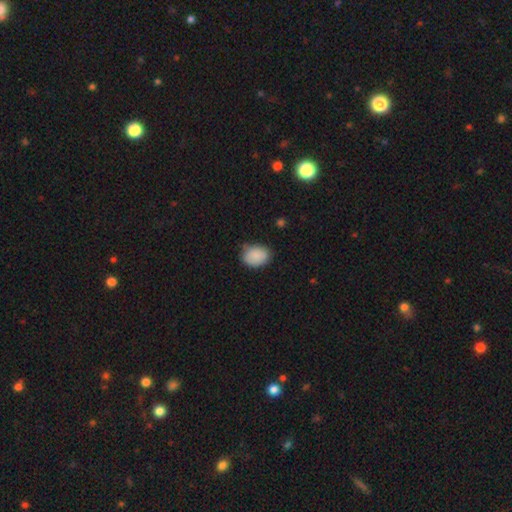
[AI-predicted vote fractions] Smooth or featured? Predicted: smooth (p=0.89). How rounded? Predicted: in between (p=0.66). Merging? Predicted: none (p=0.74).